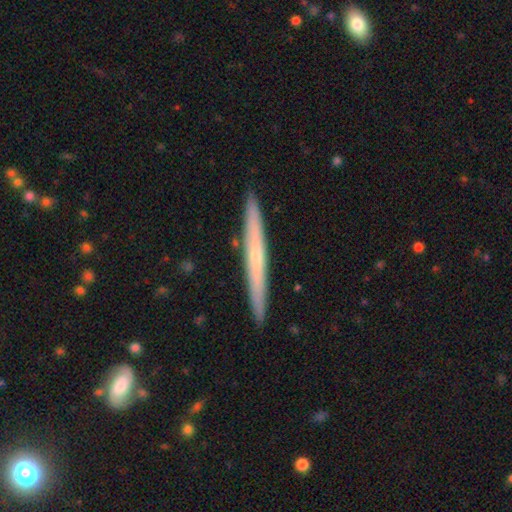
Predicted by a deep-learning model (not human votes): A featured or disk galaxy (52%) viewed edge-on (96%).

Vote fractions:
- Smooth or featured? featured or disk: 52% / smooth: 43% / star or artifact: 6%
- Edge-on disk? yes: 96% / no: 4%
- Merging? none: 91% / minor disturbance: 6% / merger: 1% / major disturbance: 1%